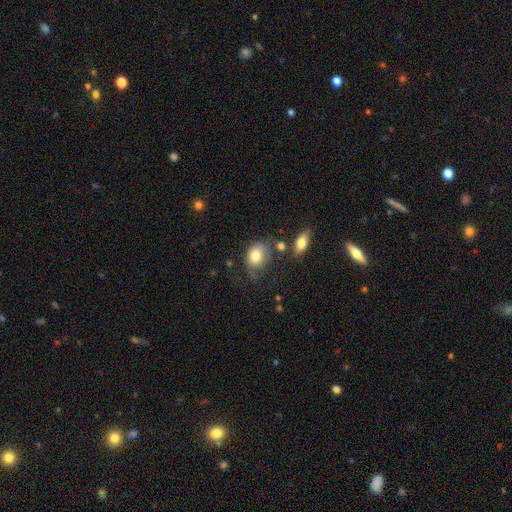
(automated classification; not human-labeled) The model was most divided on "merging": none: 48%, minor disturbance: 29%, major disturbance: 16%, merger: 8%. More confident: smooth or featured — smooth (79%); how rounded — in between (61%).